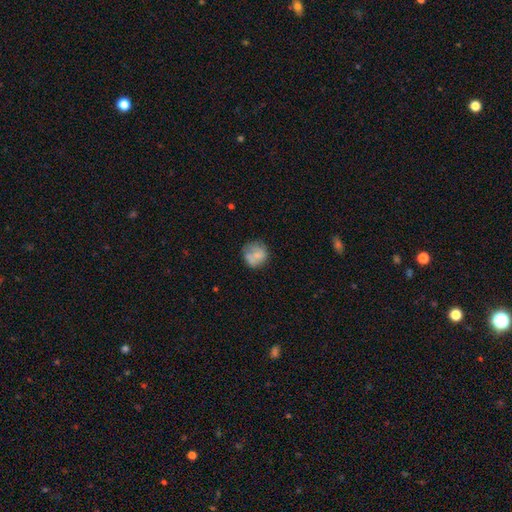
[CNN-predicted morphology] The model was most divided on "merging": none: 59%, minor disturbance: 23%, major disturbance: 10%, merger: 7%. More confident: how rounded — round (84%); smooth or featured — smooth (65%).